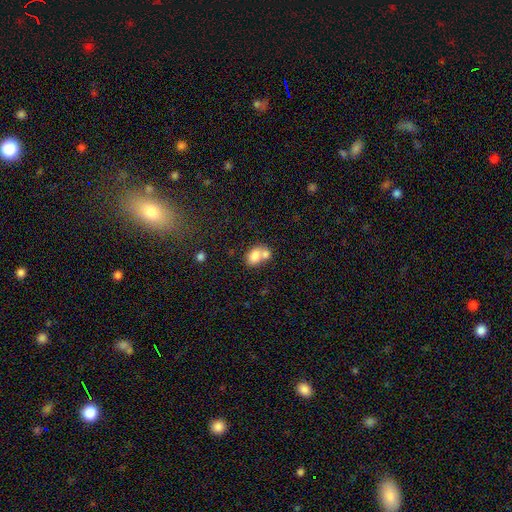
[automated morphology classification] A smooth galaxy with no disk features (77%) that is in between round and cigar-shaped (66%).

Vote fractions:
- Smooth or featured? smooth: 77% / featured or disk: 15% / star or artifact: 9%
- How rounded? in between: 66% / round: 33% / cigar-shaped: 1%
- Merging? merger: 60% / none: 27% / minor disturbance: 8% / major disturbance: 4%